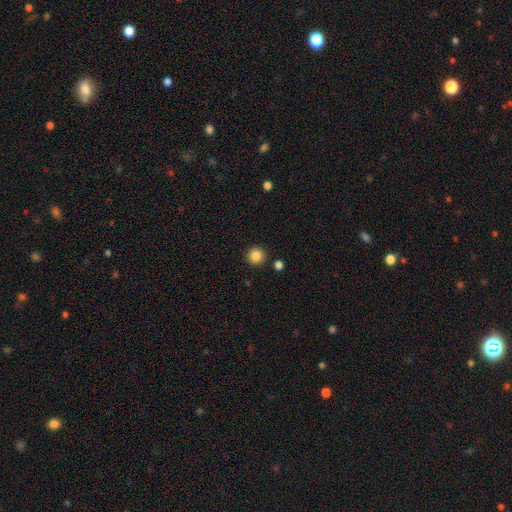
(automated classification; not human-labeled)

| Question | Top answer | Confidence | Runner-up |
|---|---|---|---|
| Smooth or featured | smooth | 86% | star or artifact (10%) |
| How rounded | round | 95% | in between (4%) |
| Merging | none | 91% | minor disturbance (5%) |